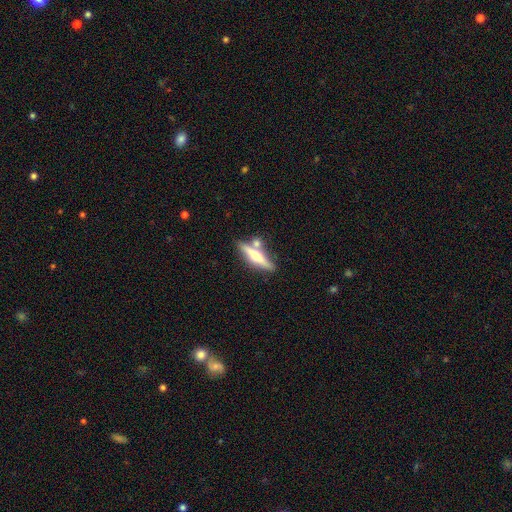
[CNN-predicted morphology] The model was most divided on "smooth or featured": featured or disk: 61%, smooth: 33%, star or artifact: 6%. More confident: edge-on disk — yes (95%); edge-on bulge — rounded (90%); merging — none (70%).